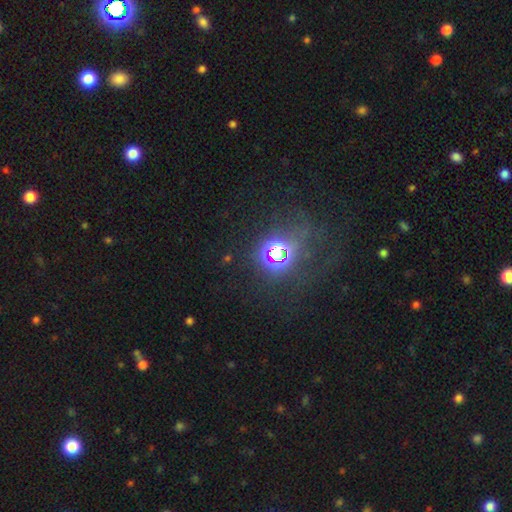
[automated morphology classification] A star or artifact, not a galaxy (61%).